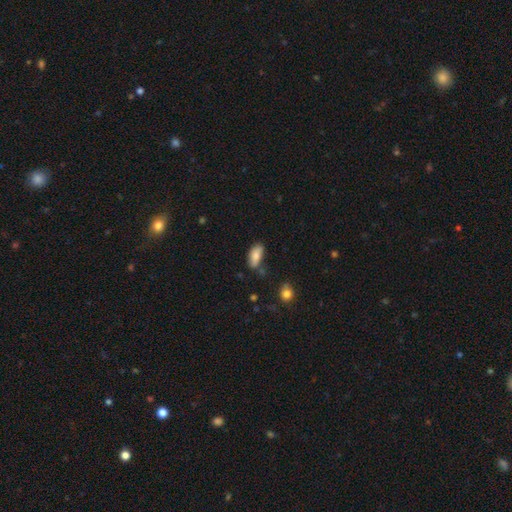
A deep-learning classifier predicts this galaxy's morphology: Smooth or featured? smooth (82%)
How rounded? in between (85%)
Merging? none (62%)